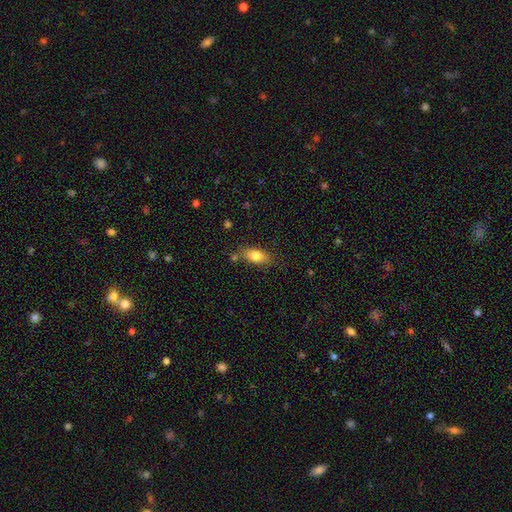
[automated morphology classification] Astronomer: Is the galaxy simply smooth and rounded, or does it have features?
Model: smooth — 80%.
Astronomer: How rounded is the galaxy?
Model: in between — 84%.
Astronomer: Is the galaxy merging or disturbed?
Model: none — 73%.